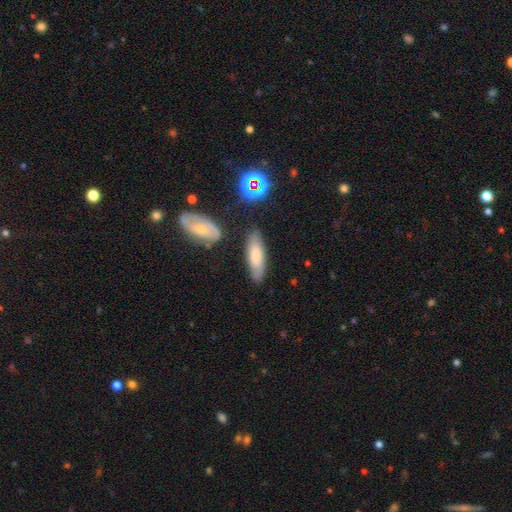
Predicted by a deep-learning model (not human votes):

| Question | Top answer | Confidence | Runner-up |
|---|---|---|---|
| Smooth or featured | smooth | 70% | featured or disk (22%) |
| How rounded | in between | 51% | cigar-shaped (47%) |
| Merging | none | 79% | minor disturbance (13%) |